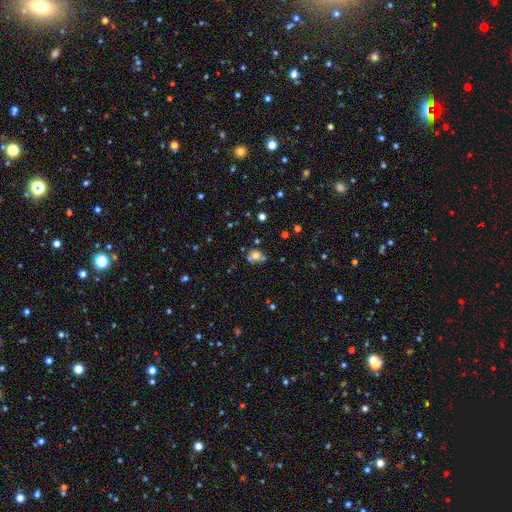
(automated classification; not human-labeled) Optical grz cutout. It shows a smooth galaxy with no disk features (65%) that is round (70%). Merging: none (56%).